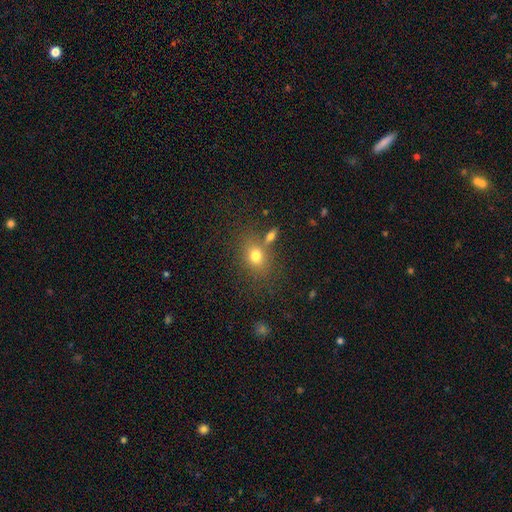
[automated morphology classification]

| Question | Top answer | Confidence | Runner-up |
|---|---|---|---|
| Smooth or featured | smooth | 75% | star or artifact (13%) |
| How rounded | in between | 57% | round (41%) |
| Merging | none | 64% | merger (17%) |